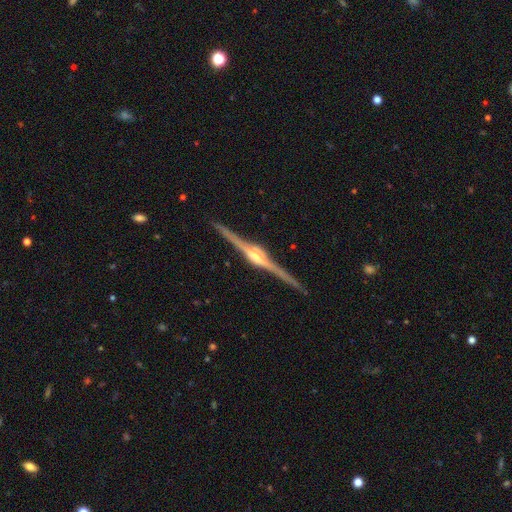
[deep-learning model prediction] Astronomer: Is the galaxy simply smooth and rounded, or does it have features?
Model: featured or disk — 91%.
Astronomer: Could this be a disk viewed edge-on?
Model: yes — 99%.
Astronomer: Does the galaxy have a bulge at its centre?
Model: rounded — 80%.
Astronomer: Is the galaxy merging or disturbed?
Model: none — 90%.